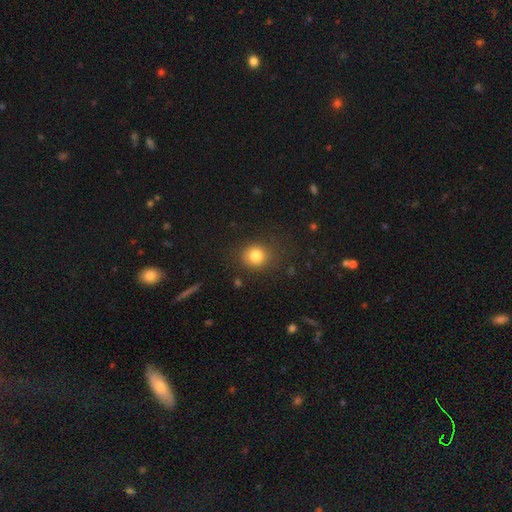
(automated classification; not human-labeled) smooth_or_featured: smooth (p=0.81) [alt: star or artifact p=0.11]
how_rounded: round (p=0.80) [alt: in between p=0.19]
merging: none (p=0.80) [alt: minor disturbance p=0.13]